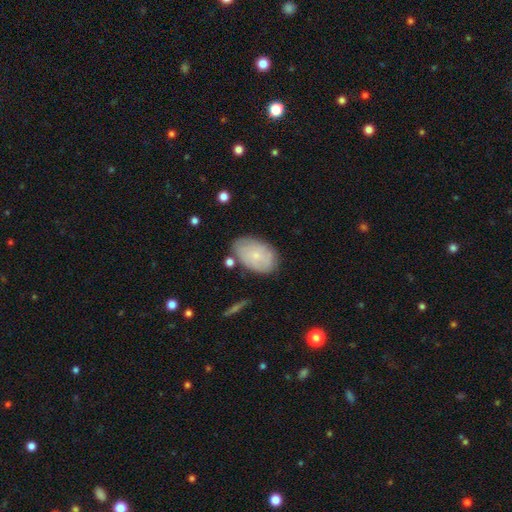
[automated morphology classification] type=smooth (56%); roundness=in between (89%); merging=none (73%).